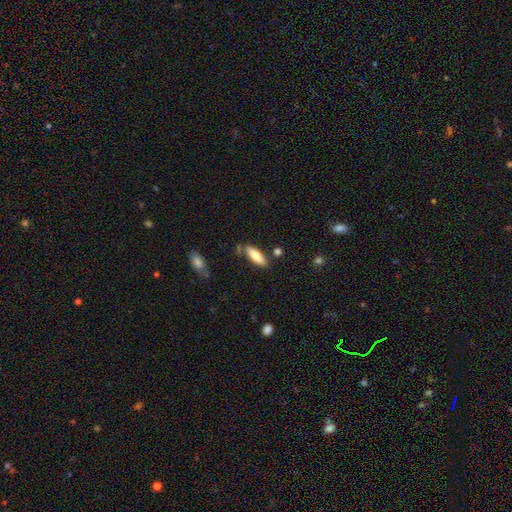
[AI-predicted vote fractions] This appears to be a smooth galaxy with no disk features (76%) that is in between round and cigar-shaped (59%). Merging: none (76%).